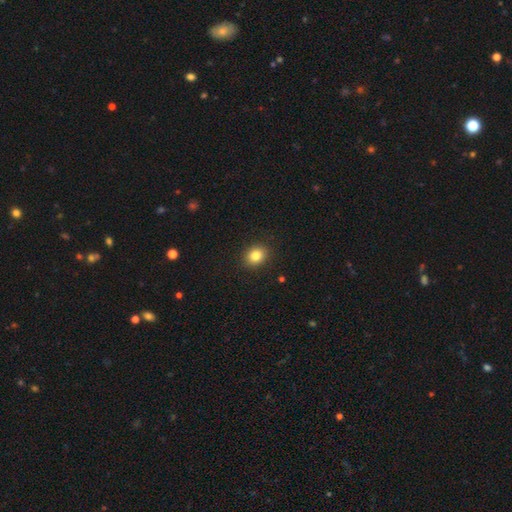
Volunteers were most divided on "how rounded": round: 53%, in between: 47%, cigar-shaped: 0%. More confident: merging — none (97%); smooth or featured — smooth (90%).